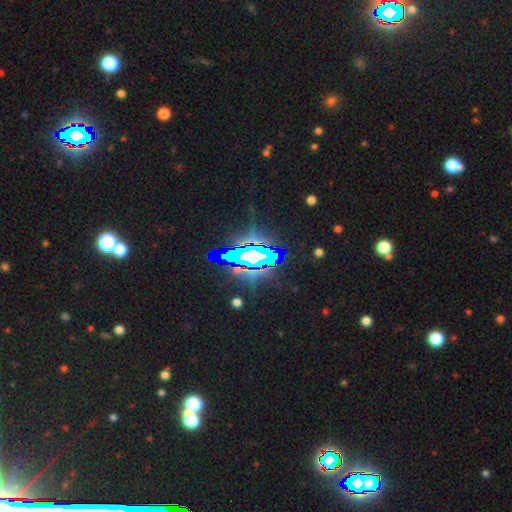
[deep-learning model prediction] Smooth or featured: star or artifact — 70% (featured or disk — 18%)